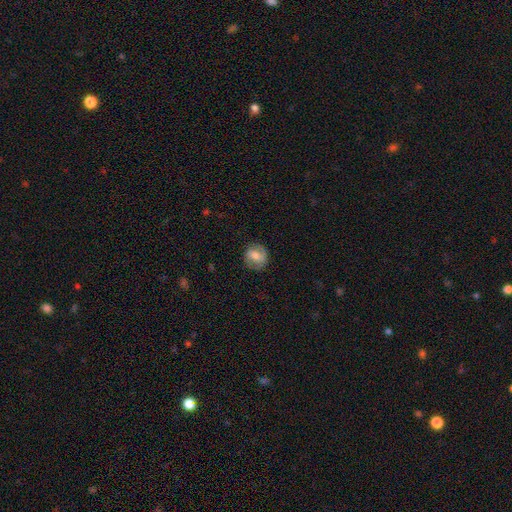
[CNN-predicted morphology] Smooth or featured?
  - smooth: 48% *
  - featured or disk: 44%
  - star or artifact: 8%
Merging?
  - none: 79% *
  - minor disturbance: 14%
  - major disturbance: 6%
  - merger: 1%